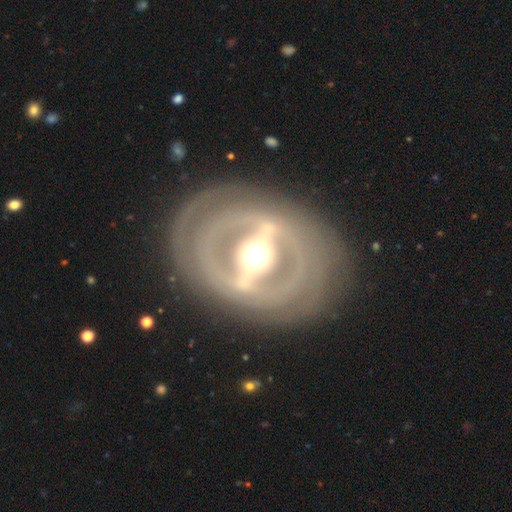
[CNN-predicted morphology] smooth-or-featured: featured or disk: 83% | smooth: 12% | star or artifact: 6%
  disk-edge-on: no: 90% | yes: 10%
    bar: strong: 70% | weak: 18% | no: 13%
    has-spiral-arms: no: 53% | yes: 47%
    bulge-size: moderate: 67% | large: 17% | small: 13% | dominant: 2% | none: 1%
  merging: none: 77% | minor disturbance: 12% | major disturbance: 9% | merger: 2%